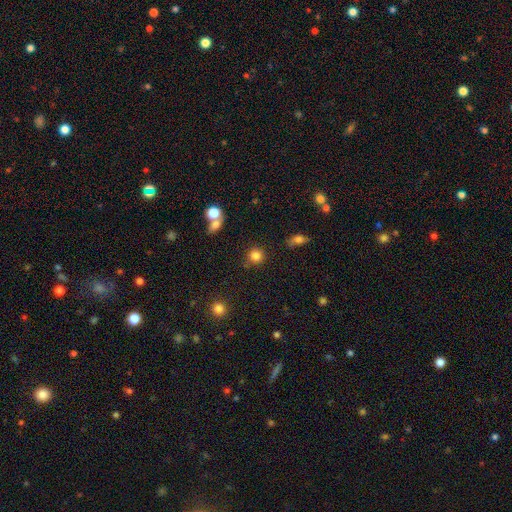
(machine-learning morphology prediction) This is clearly a smooth galaxy (82%). How rounded: clearly round (91%). Merging: likely none (79%).